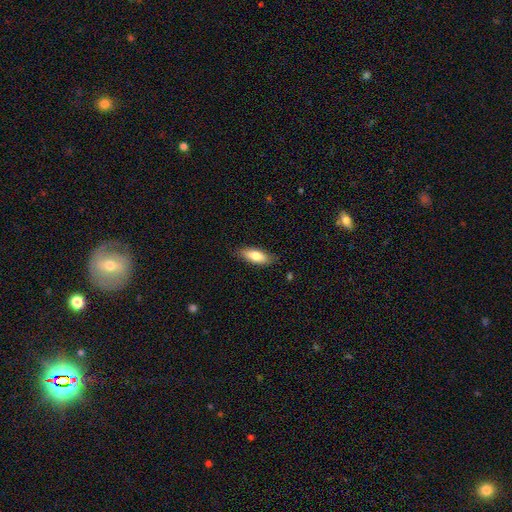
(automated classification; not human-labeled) The model was most divided on "how rounded": in between: 71%, cigar-shaped: 27%, round: 2%. More confident: merging — none (85%); smooth or featured — smooth (77%).